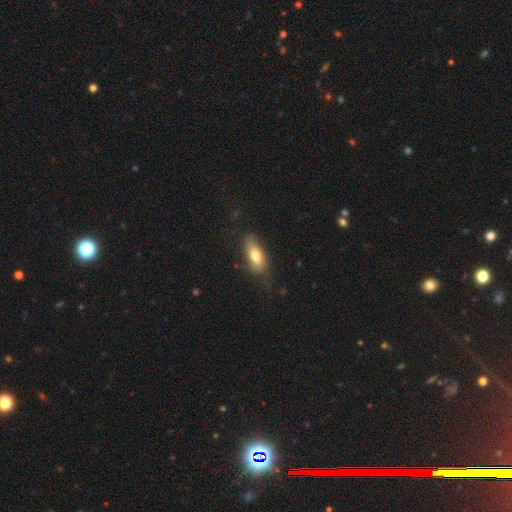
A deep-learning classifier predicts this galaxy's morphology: This is likely a smooth galaxy (72%). How rounded: clearly in between (80%). Merging: likely none (65%).